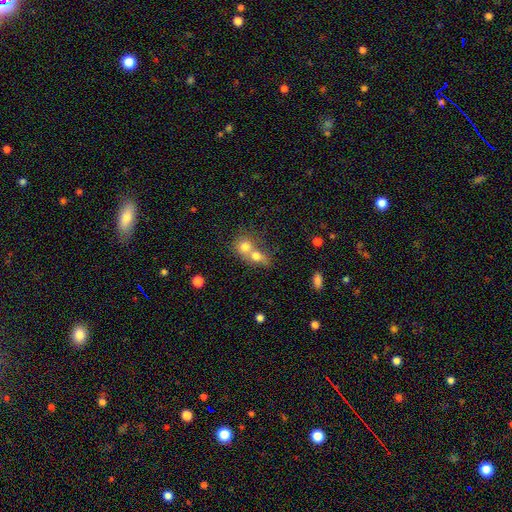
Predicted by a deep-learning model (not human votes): Morphology: type=smooth (73%); roundness=round (62%); merging=merger (69%).